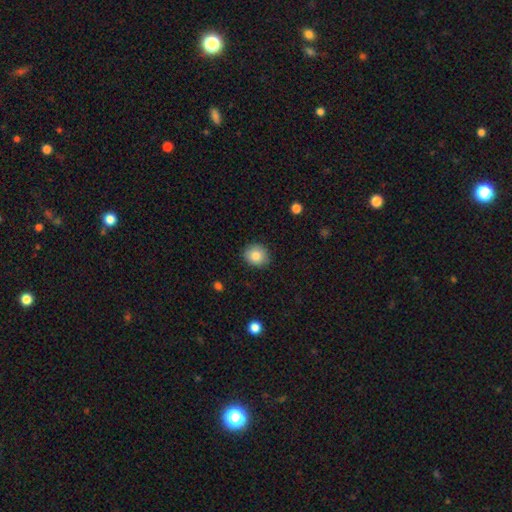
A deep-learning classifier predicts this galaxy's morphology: type=smooth (84%); roundness=round (80%); merging=none (88%).